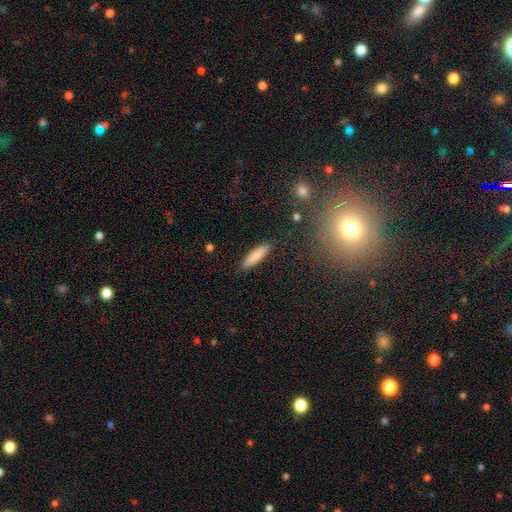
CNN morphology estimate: The model was most divided on "how rounded": cigar-shaped: 75%, in between: 23%, round: 1%. More confident: merging — none (89%); smooth or featured — smooth (85%).